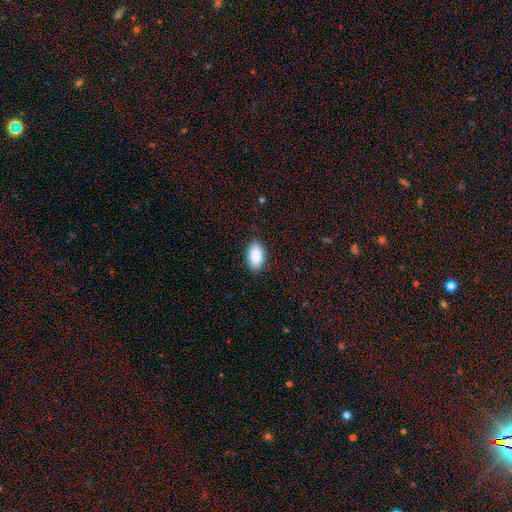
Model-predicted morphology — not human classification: Overall: smooth (90%). How rounded: in between (95%). Merging: none (88%).